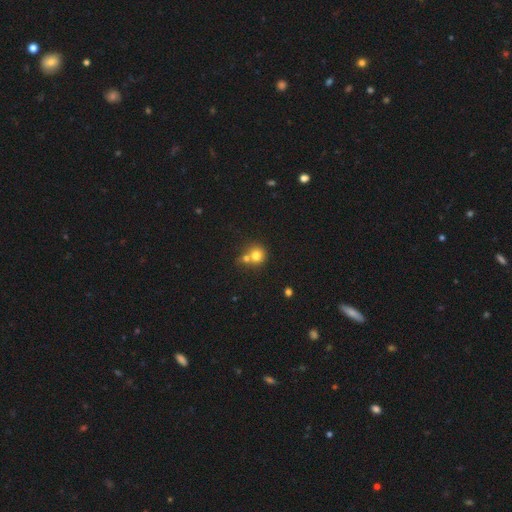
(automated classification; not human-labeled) smooth_or_featured: smooth (p=0.76) [alt: featured or disk p=0.12]
how_rounded: round (p=0.85) [alt: in between p=0.14]
merging: merger (p=0.47) [alt: none p=0.42]